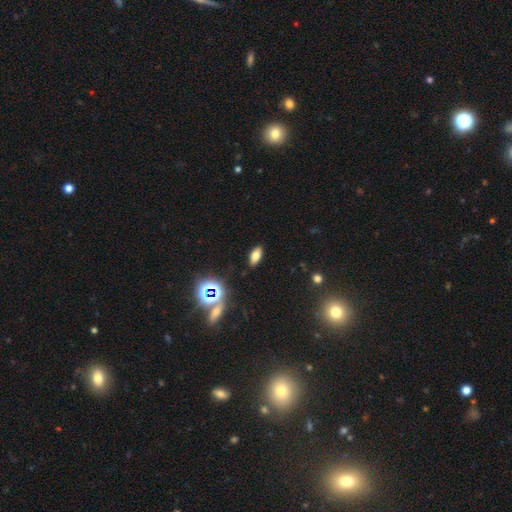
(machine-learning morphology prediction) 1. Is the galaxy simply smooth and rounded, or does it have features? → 71% smooth, 18% star or artifact, 12% featured or disk.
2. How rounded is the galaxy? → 86% in between, 10% cigar-shaped, 5% round.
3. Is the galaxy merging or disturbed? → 88% none, 8% minor disturbance, 2% major disturbance, 2% merger.